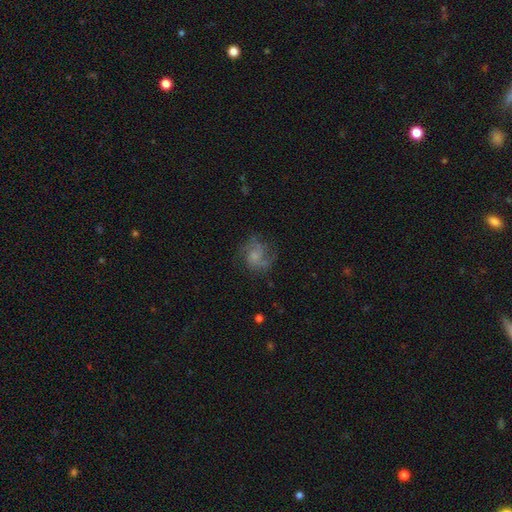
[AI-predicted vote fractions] Smooth or featured? Predicted: featured or disk (p=0.66). Edge-on disk? Predicted: no (p=0.98). Bar? Predicted: no (p=0.70). Spiral arms? Predicted: yes (p=0.90). Spiral winding? Predicted: medium (p=0.50). Spiral arm count? Predicted: 2 (p=0.63). Bulge size? Predicted: small (p=0.42). Merging? Predicted: none (p=0.65).